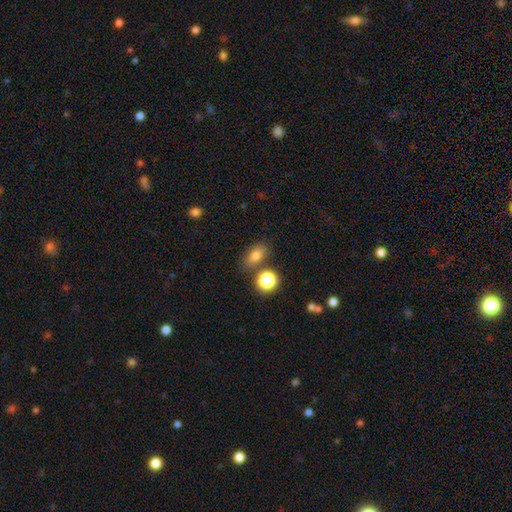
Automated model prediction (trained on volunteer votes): This appears to be a smooth galaxy with no disk features (77%) that is in between round and cigar-shaped (75%). Merging: none (73%).